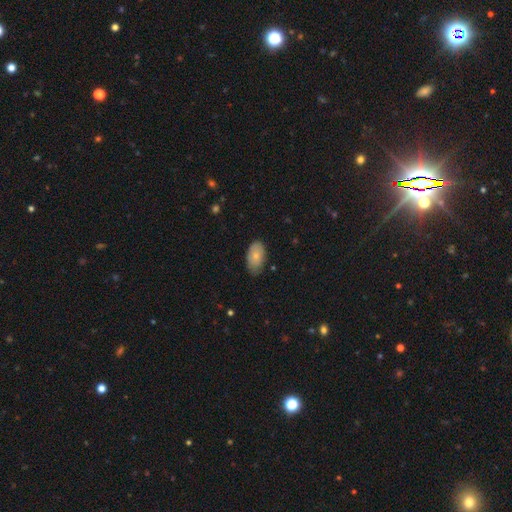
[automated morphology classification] Smooth or featured?
  - smooth: 78% *
  - featured or disk: 16%
  - star or artifact: 6%
How rounded?
  - in between: 94% *
  - round: 5%
  - cigar-shaped: 2%
Merging?
  - none: 73% *
  - minor disturbance: 23%
  - major disturbance: 3%
  - merger: 1%